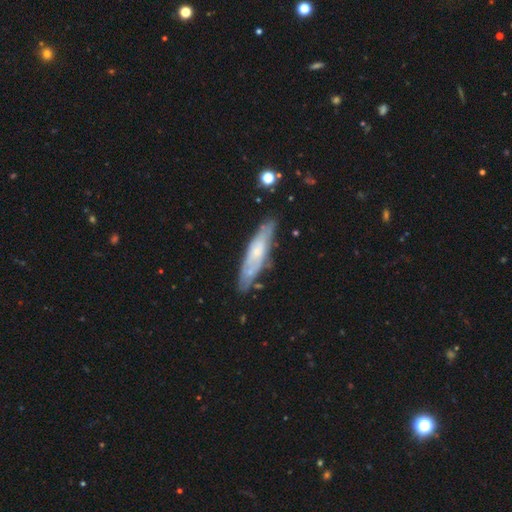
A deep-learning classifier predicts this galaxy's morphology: featured or disk 57%, smooth 34%, star or artifact 9%. Down the decision tree: edge-on disk — yes (52%); merging — none (77%).